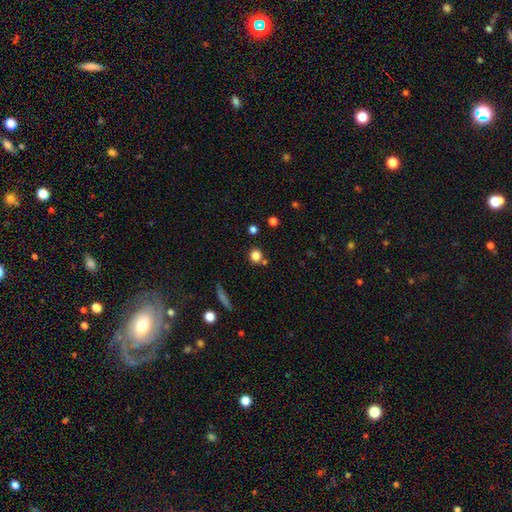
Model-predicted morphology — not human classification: A smooth galaxy with no disk features (80%) that is round (86%). Merging: none (73%).